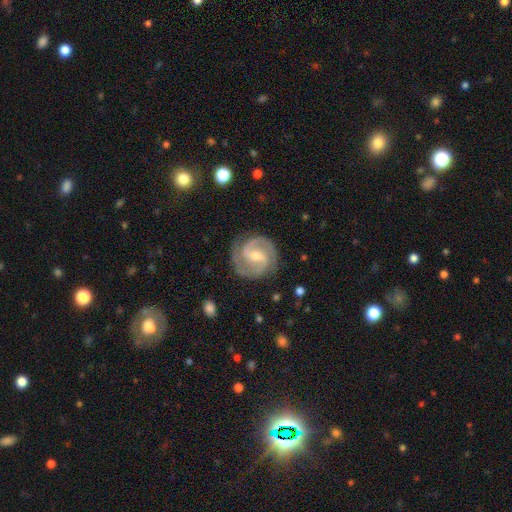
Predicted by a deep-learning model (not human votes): A featured or disk galaxy (90%) with a weak bar (51%), 2 (86%) medium (49%) spiral arms (98%) and a moderate central bulge (51%). Merging: none (82%).